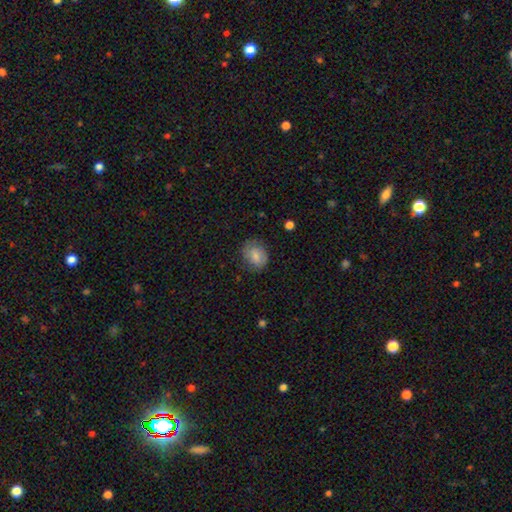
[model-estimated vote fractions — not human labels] Smooth or featured: smooth — 71% (featured or disk — 21%)
How rounded: in between — 57% (round — 42%)
Merging: none — 70% (minor disturbance — 22%)